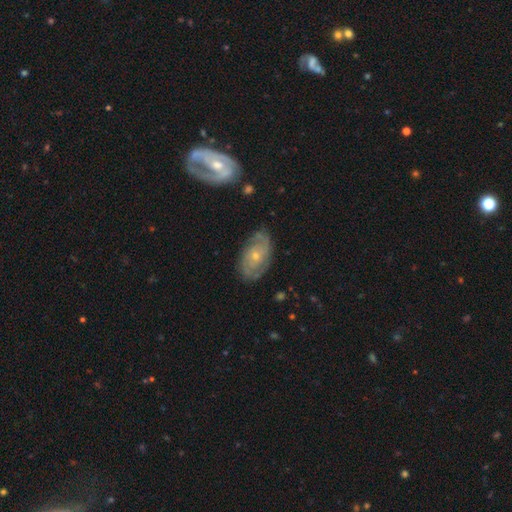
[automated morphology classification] Smooth or featured?
  - featured or disk: 76% *
  - smooth: 18%
  - star or artifact: 6%
Edge-on disk?
  - no: 95% *
  - yes: 5%
Bar?
  - no: 74% *
  - weak: 22%
  - strong: 4%
Spiral arms?
  - yes: 89% *
  - no: 11%
Spiral winding?
  - tight: 54% *
  - medium: 34%
  - loose: 11%
Spiral arm count?
  - 2: 50% *
  - can't tell: 30%
  - 3: 9%
  - 1: 4%
  - 4: 4%
  - more than 4: 3%
Bulge size?
  - small: 69% *
  - moderate: 28%
  - none: 2%
  - large: 1%
  - dominant: 1%
Merging?
  - none: 74% *
  - minor disturbance: 19%
  - major disturbance: 6%
  - merger: 2%